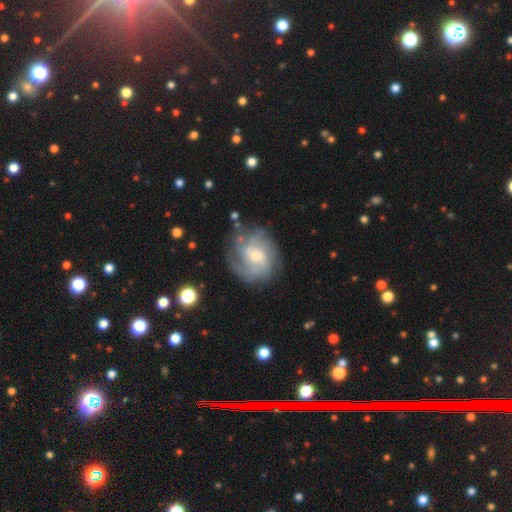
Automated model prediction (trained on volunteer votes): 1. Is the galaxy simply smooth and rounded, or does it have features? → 69% featured or disk, 23% smooth, 8% star or artifact.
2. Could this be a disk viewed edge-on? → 97% no, 3% yes.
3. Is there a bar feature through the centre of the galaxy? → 59% no, 35% weak, 6% strong.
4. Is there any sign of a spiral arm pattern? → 86% yes, 14% no.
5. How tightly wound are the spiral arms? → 41% medium, 39% tight, 20% loose.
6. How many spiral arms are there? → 40% can't tell, 20% 3, 18% 2, 12% 4, 6% 1, 5% more than 4.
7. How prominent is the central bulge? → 45% moderate, 37% small, 10% large, 6% none, 1% dominant.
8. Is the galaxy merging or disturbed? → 68% none, 18% minor disturbance, 12% major disturbance, 3% merger.